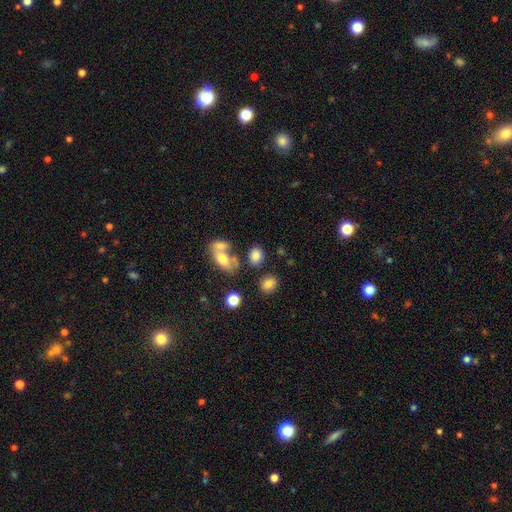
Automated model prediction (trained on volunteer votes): Morphology: type=smooth (80%); roundness=in between (64%); merging=none (58%).